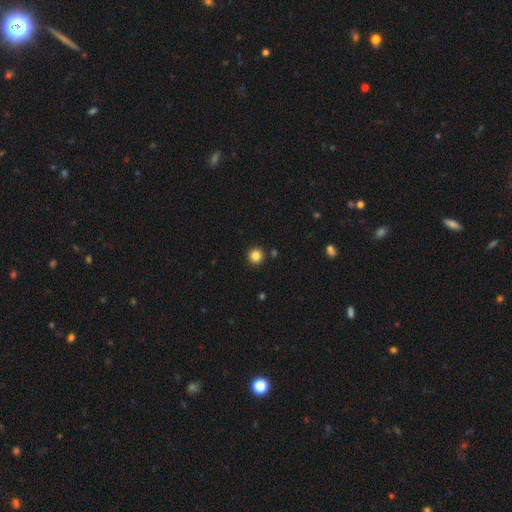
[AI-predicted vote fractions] smooth-or-featured: smooth: 85% | star or artifact: 11% | featured or disk: 4%
  how-rounded: round: 95% | in between: 4% | cigar-shaped: 1%
  merging: none: 91% | minor disturbance: 5% | merger: 2% | major disturbance: 2%